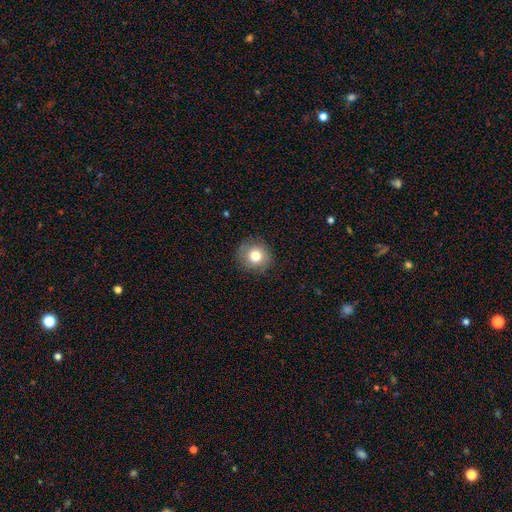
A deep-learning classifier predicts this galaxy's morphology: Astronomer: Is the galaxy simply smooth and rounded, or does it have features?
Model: smooth — 77%.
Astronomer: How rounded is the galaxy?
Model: round — 92%.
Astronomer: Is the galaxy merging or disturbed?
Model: none — 86%.